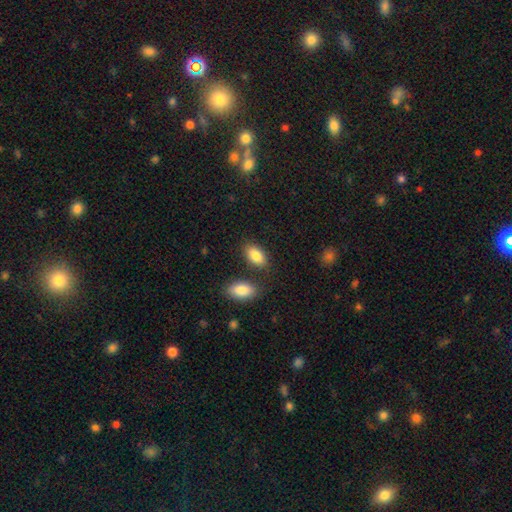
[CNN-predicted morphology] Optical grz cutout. It shows a smooth galaxy with no disk features (87%) that is in between round and cigar-shaped (93%). Merging: none (76%).